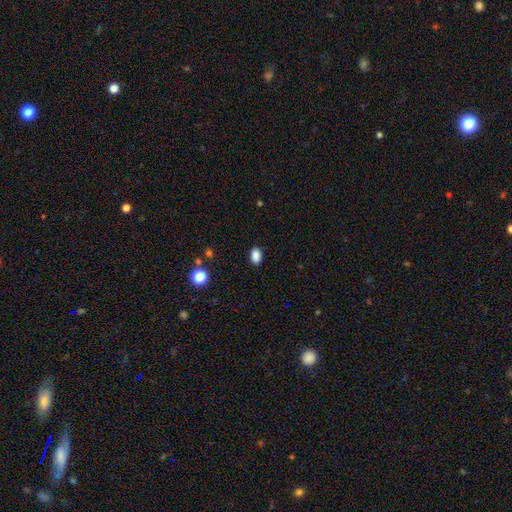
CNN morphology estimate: smooth-or-featured: smooth: 87% | star or artifact: 10% | featured or disk: 3%
  how-rounded: in between: 83% | round: 16% | cigar-shaped: 1%
  merging: none: 89% | minor disturbance: 8% | major disturbance: 2% | merger: 1%